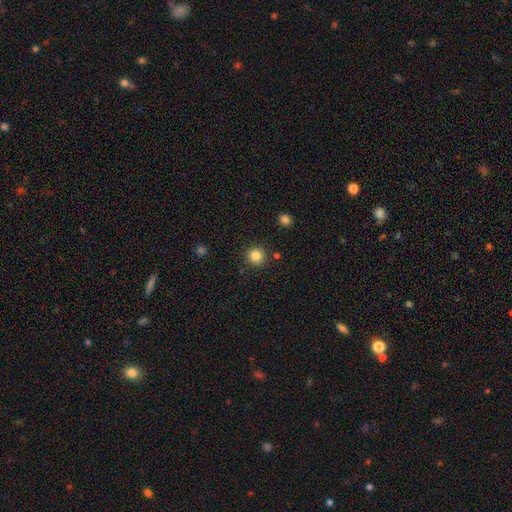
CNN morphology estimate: smooth-or-featured: smooth: 84% | star or artifact: 11% | featured or disk: 5%
  how-rounded: round: 94% | in between: 5% | cigar-shaped: 1%
  merging: none: 88% | minor disturbance: 7% | merger: 3% | major disturbance: 2%